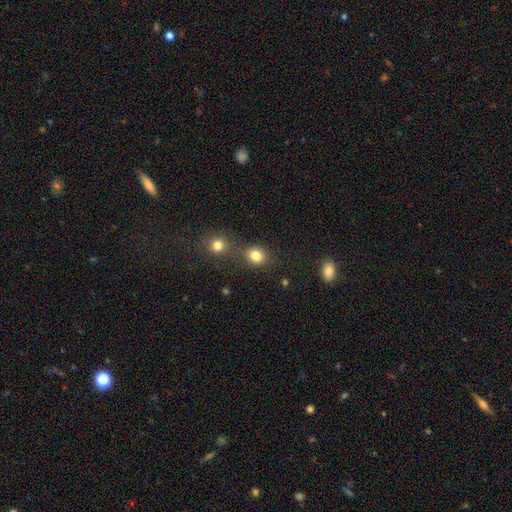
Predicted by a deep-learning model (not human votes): Smooth or featured? smooth (82%)
How rounded? round (68%)
Merging? none (60%)